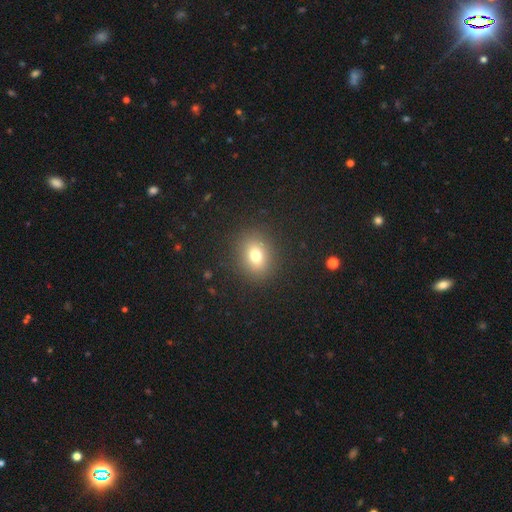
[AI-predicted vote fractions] Smooth or featured? Predicted: smooth (p=0.75). How rounded? Predicted: round (p=0.56). Merging? Predicted: none (p=0.87).